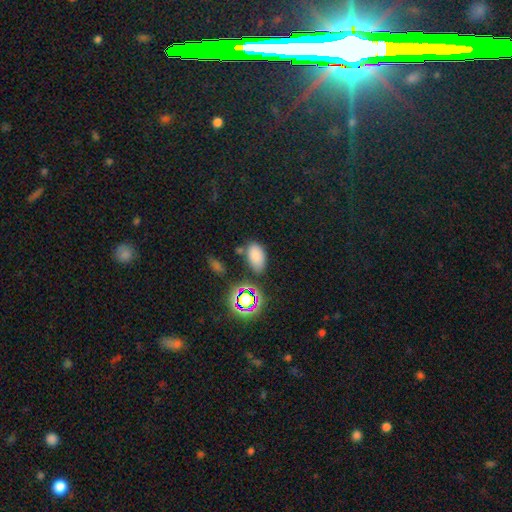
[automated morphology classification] smooth_or_featured: smooth (p=0.75) [alt: star or artifact p=0.18]
how_rounded: in between (p=0.91) [alt: round p=0.07]
merging: none (p=0.74) [alt: minor disturbance p=0.15]